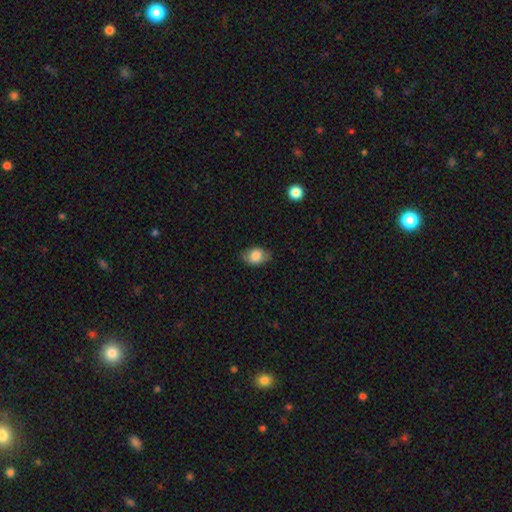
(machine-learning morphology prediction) This appears to be a smooth galaxy with no disk features (80%) that is in between round and cigar-shaped (79%). Merging: none (76%).